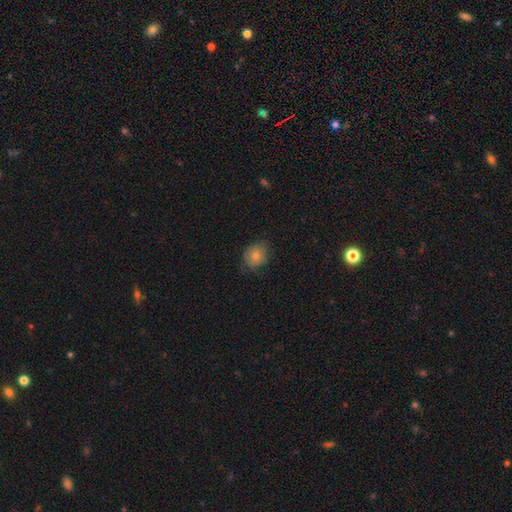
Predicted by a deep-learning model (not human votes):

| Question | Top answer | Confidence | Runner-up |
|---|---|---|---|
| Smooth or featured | smooth | 72% | featured or disk (16%) |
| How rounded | round | 69% | in between (30%) |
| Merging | none | 75% | minor disturbance (20%) |